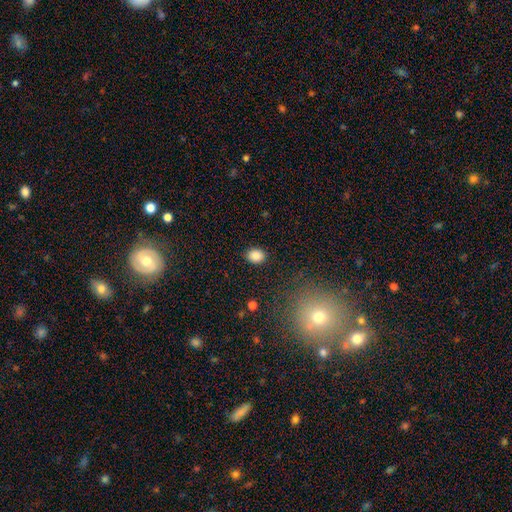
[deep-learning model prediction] A smooth galaxy with no disk features (87%) that is in between round and cigar-shaped (51%). Merging: none (89%).